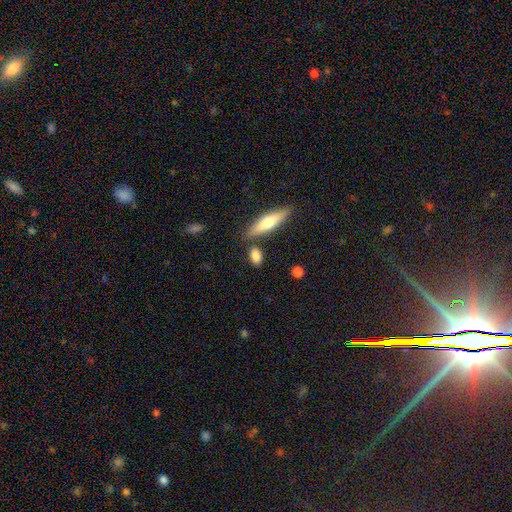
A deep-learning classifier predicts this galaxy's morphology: The model was most divided on "merging": none: 73%, minor disturbance: 13%, merger: 10%, major disturbance: 4%. More confident: smooth or featured — smooth (82%); how rounded — in between (76%).